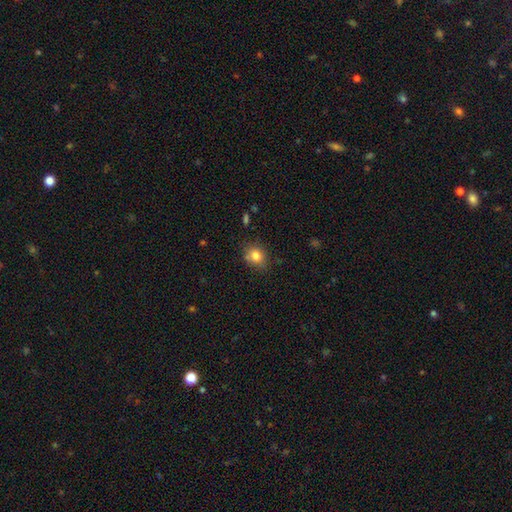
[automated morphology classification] Smooth or featured? smooth (81%)
How rounded? round (63%)
Merging? none (75%)